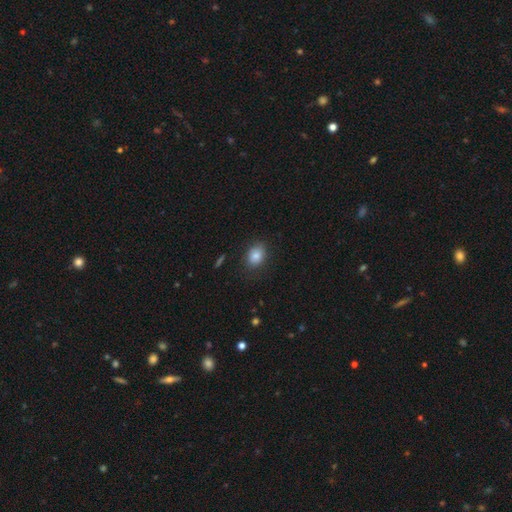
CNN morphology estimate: Smooth or featured?
  - smooth: 83% *
  - star or artifact: 9%
  - featured or disk: 8%
How rounded?
  - in between: 66% *
  - round: 33%
  - cigar-shaped: 1%
Merging?
  - none: 80% *
  - minor disturbance: 14%
  - major disturbance: 4%
  - merger: 1%